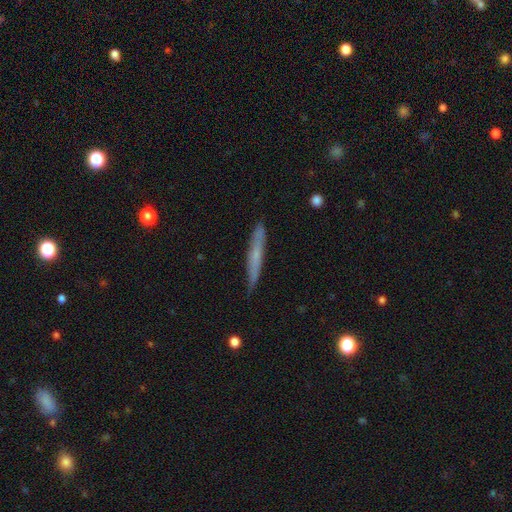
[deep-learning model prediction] Smooth or featured: smooth — 51% (featured or disk — 42%)
How rounded: cigar-shaped — 95% (in between — 4%)
Merging: none — 83% (minor disturbance — 13%)